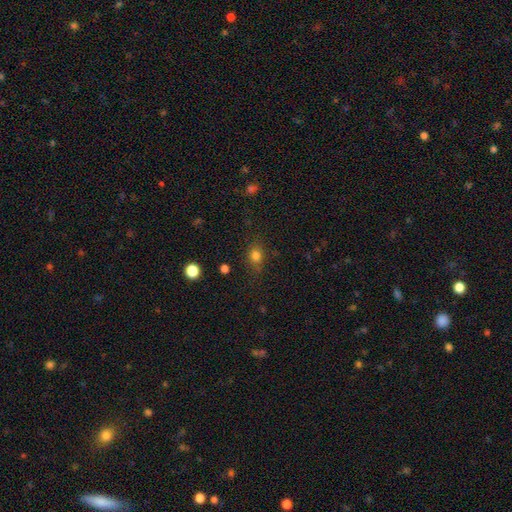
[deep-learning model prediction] A smooth galaxy with no disk features (78%) that is round (55%).

Vote fractions:
- Smooth or featured? smooth: 78% / star or artifact: 15% / featured or disk: 7%
- How rounded? round: 55% / in between: 43% / cigar-shaped: 2%
- Merging? none: 77% / minor disturbance: 16% / major disturbance: 5% / merger: 2%